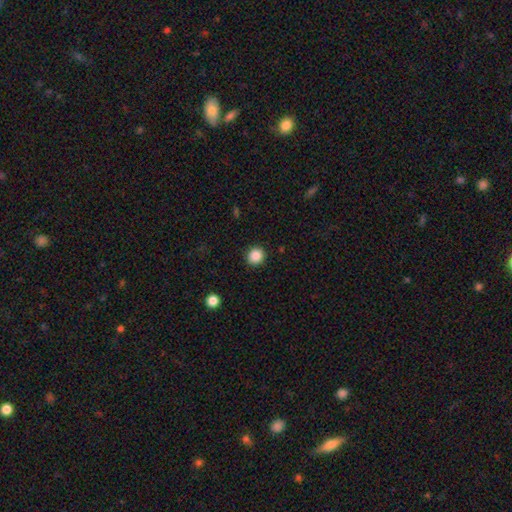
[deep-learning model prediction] This appears to be a smooth galaxy with no disk features (87%) that is round (88%). Merging: none (91%).